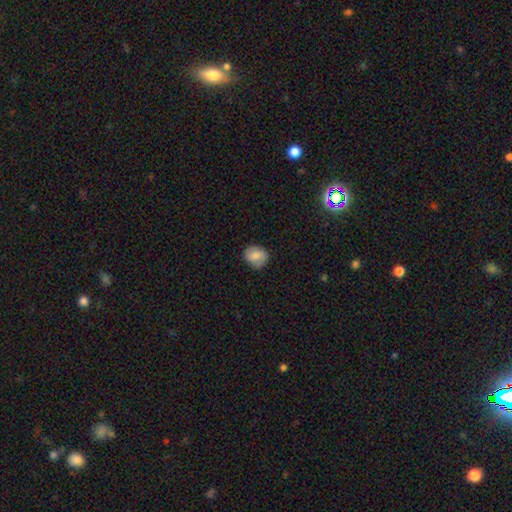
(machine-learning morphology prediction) Q: Smooth or featured?
A: smooth (70%); runner-up: featured or disk (22%)
Q: How rounded?
A: round (69%); runner-up: in between (30%)
Q: Merging?
A: none (82%); runner-up: minor disturbance (13%)